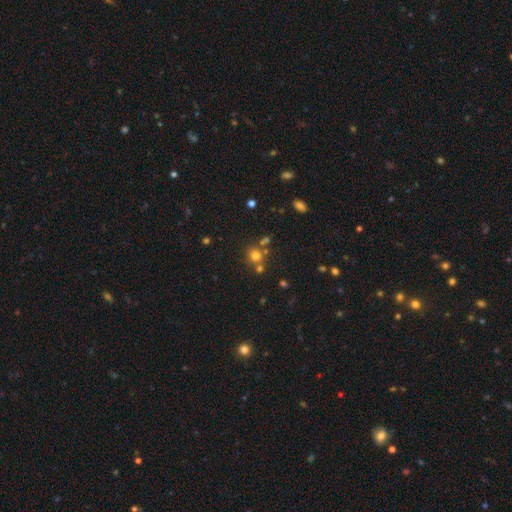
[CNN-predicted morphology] The model was most divided on "merging": none: 63%, merger: 23%, minor disturbance: 9%, major disturbance: 4%. More confident: how rounded — round (84%); smooth or featured — smooth (72%).